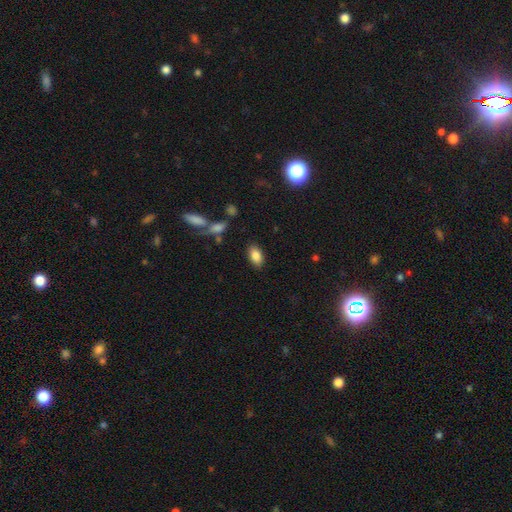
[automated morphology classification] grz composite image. It shows a smooth galaxy with no disk features (85%) that is in between round and cigar-shaped (91%). Merging: none (85%).